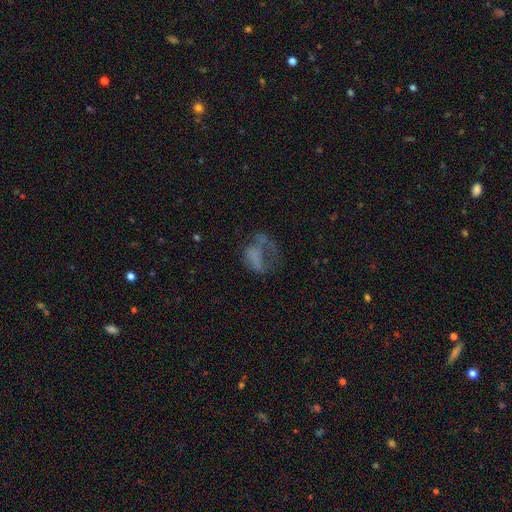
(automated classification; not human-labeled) smooth_or_featured: featured or disk (p=0.43) [alt: smooth p=0.39]
merging: major disturbance (p=0.50) [alt: none p=0.27]